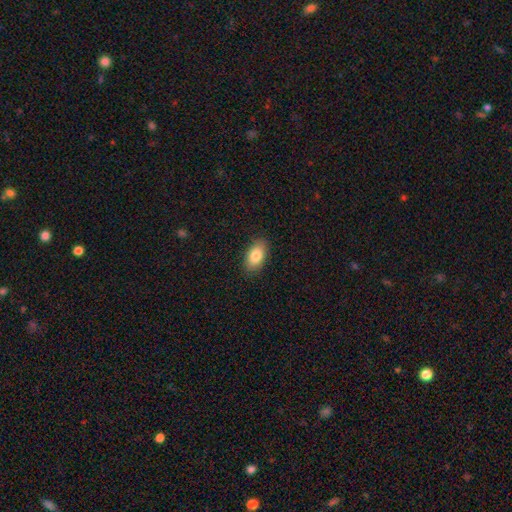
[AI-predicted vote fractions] smooth-or-featured: smooth: 84% | featured or disk: 9% | star or artifact: 7%
  how-rounded: in between: 93% | round: 5% | cigar-shaped: 3%
  merging: none: 88% | minor disturbance: 9% | major disturbance: 2% | merger: 1%